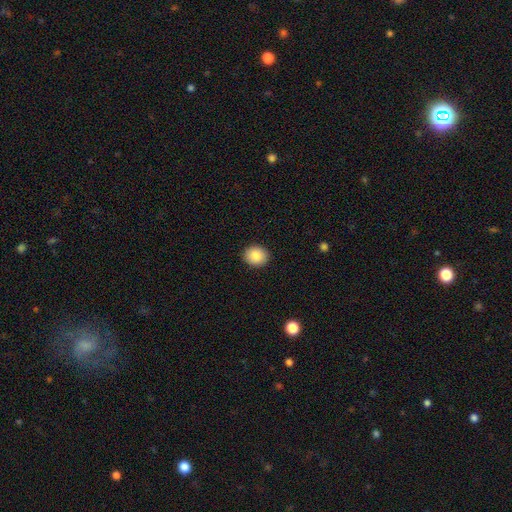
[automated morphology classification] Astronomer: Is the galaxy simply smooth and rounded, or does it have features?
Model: smooth — 87%.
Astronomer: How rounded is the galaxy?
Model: round — 66%.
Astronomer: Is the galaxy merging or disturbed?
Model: none — 91%.